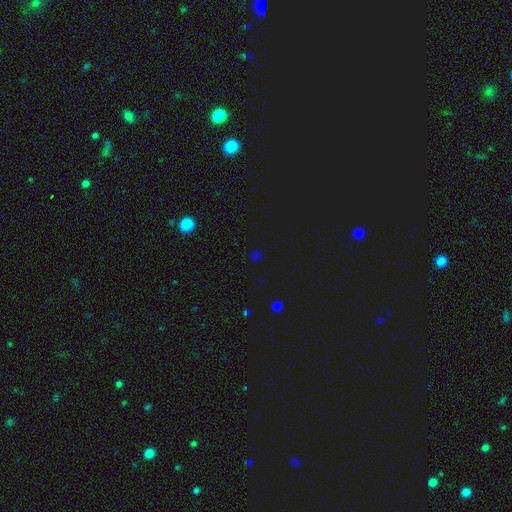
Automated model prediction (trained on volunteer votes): Smooth or featured? star or artifact (58%)